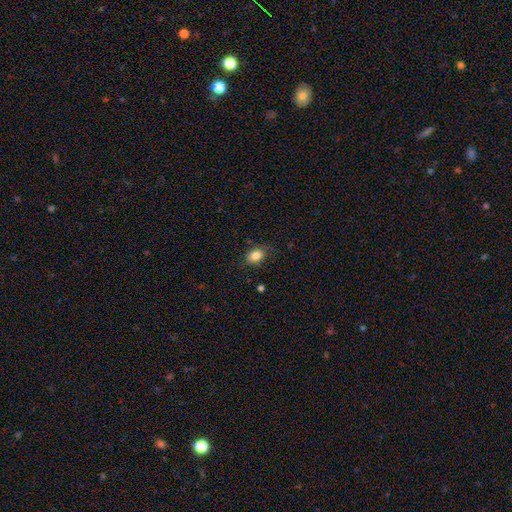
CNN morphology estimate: smooth 84%, star or artifact 9%, featured or disk 7%. Down the decision tree: how rounded — in between (73%); merging — none (77%).